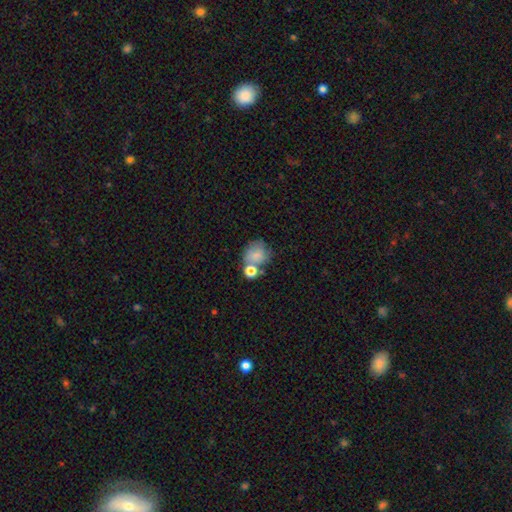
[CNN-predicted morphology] Smooth or featured?
  - smooth: 74% *
  - featured or disk: 15%
  - star or artifact: 11%
How rounded?
  - round: 68% *
  - in between: 31%
  - cigar-shaped: 1%
Merging?
  - none: 42% *
  - merger: 31%
  - minor disturbance: 17%
  - major disturbance: 10%